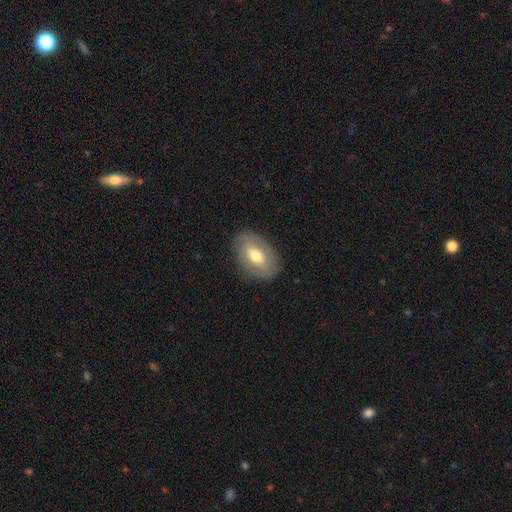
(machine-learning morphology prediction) Q: Smooth or featured?
A: smooth (57%); runner-up: featured or disk (37%)
Q: How rounded?
A: in between (87%); runner-up: round (12%)
Q: Merging?
A: none (83%); runner-up: minor disturbance (12%)